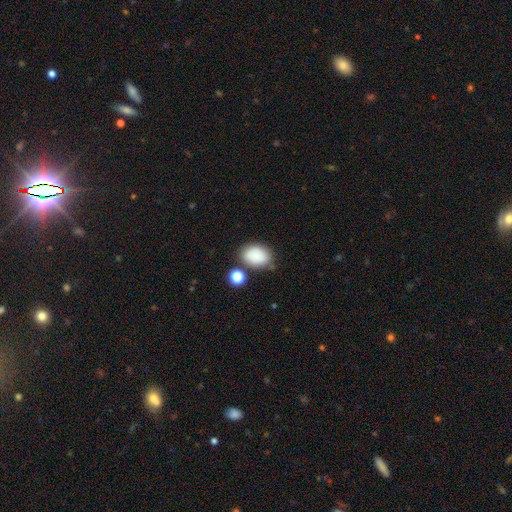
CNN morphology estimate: smooth-or-featured: smooth: 86% | star or artifact: 9% | featured or disk: 6%
  how-rounded: in between: 76% | round: 23% | cigar-shaped: 1%
  merging: none: 69% | minor disturbance: 16% | merger: 9% | major disturbance: 5%